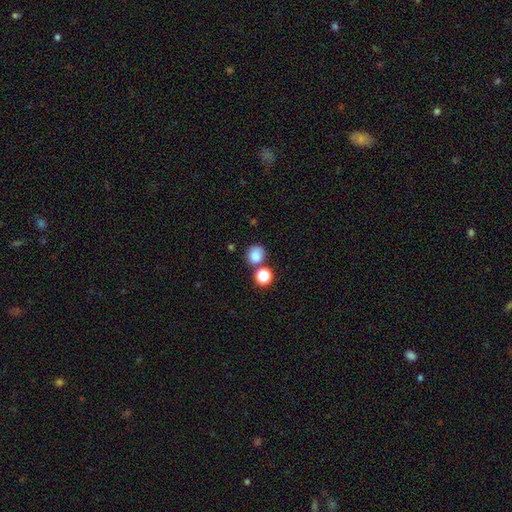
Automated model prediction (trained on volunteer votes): Smooth or featured: smooth — 82% (star or artifact — 13%)
How rounded: round — 78% (in between — 21%)
Merging: none — 68% (merger — 18%)